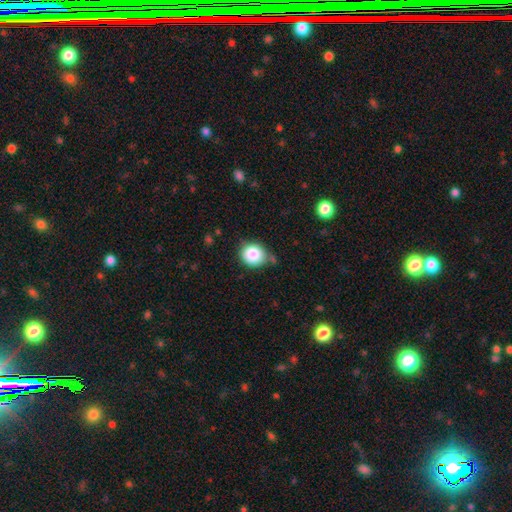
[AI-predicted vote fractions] Q: Smooth or featured?
A: smooth (83%); runner-up: star or artifact (10%)
Q: How rounded?
A: round (83%); runner-up: in between (16%)
Q: Merging?
A: none (73%); runner-up: minor disturbance (19%)